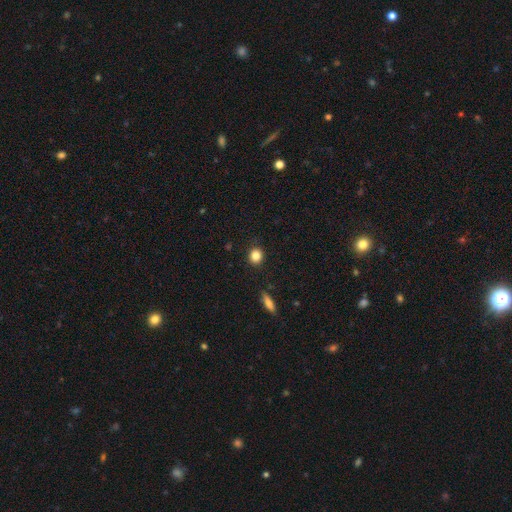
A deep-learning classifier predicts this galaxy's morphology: Q: Smooth or featured?
A: smooth (84%); runner-up: star or artifact (11%)
Q: How rounded?
A: round (84%); runner-up: in between (14%)
Q: Merging?
A: none (89%); runner-up: minor disturbance (7%)